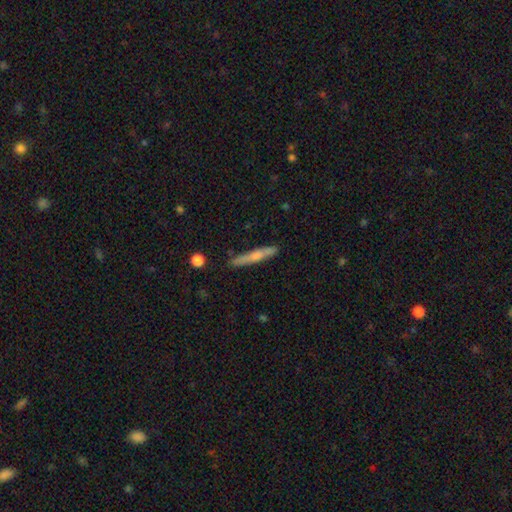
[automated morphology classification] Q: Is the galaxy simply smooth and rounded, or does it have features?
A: smooth — 55%.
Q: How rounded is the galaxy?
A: cigar-shaped — 95%.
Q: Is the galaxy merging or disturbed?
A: none — 87%.